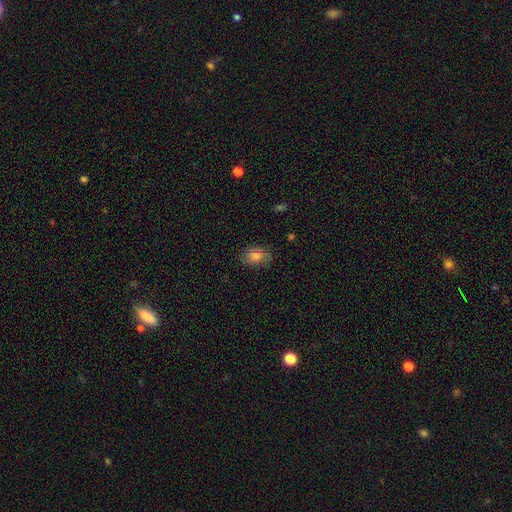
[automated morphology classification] smooth 76%, featured or disk 13%, star or artifact 11%. Down the decision tree: how rounded — in between (75%); merging — none (73%).